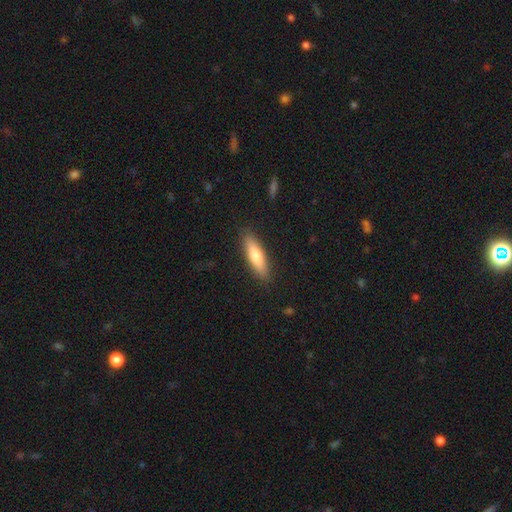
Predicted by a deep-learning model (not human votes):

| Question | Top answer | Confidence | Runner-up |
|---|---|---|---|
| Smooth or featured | smooth | 73% | featured or disk (21%) |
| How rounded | cigar-shaped | 65% | in between (33%) |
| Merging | none | 88% | minor disturbance (9%) |